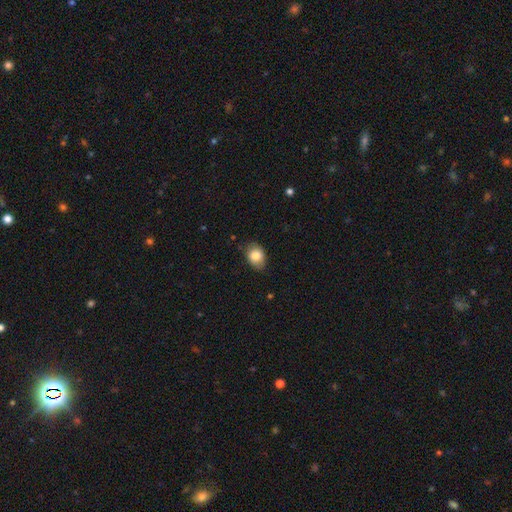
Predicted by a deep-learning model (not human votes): Smooth or featured? Predicted: smooth (p=0.83). How rounded? Predicted: in between (p=0.75). Merging? Predicted: none (p=0.79).